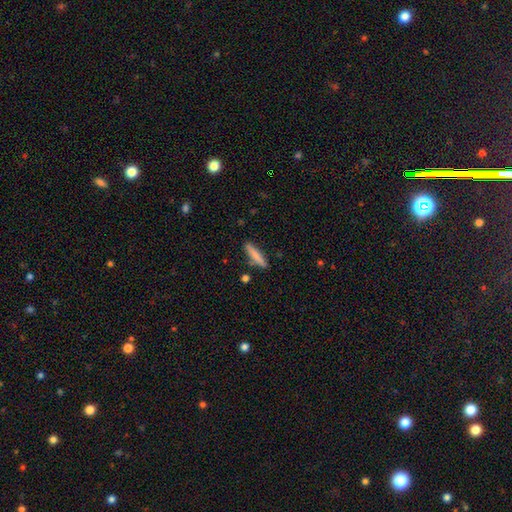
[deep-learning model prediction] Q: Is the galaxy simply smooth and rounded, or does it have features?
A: smooth — 79%.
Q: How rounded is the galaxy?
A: cigar-shaped — 87%.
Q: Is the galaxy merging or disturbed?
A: none — 83%.